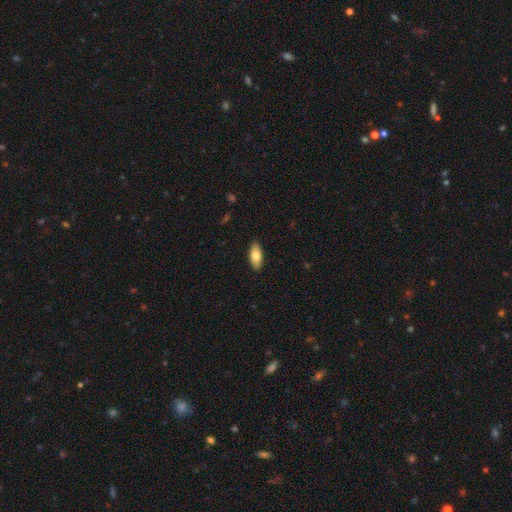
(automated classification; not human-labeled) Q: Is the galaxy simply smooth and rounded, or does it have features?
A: smooth — 78%.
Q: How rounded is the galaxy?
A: in between — 85%.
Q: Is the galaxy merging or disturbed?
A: none — 90%.